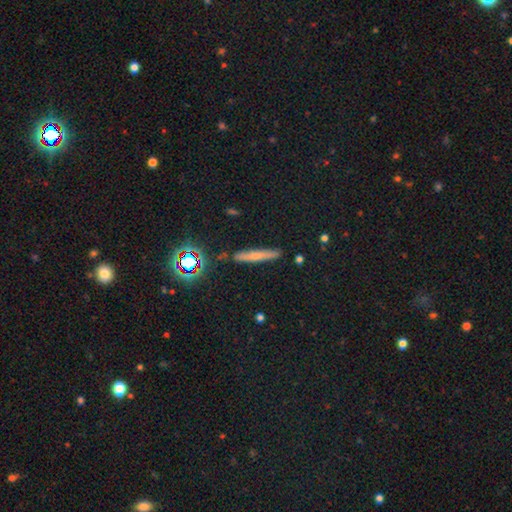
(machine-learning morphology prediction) A smooth galaxy with no disk features (55%) that is cigar-shaped (88%).

Vote fractions:
- Smooth or featured? smooth: 55% / featured or disk: 25% / star or artifact: 19%
- How rounded? cigar-shaped: 88% / in between: 7% / round: 5%
- Merging? none: 85% / minor disturbance: 10% / merger: 3% / major disturbance: 2%